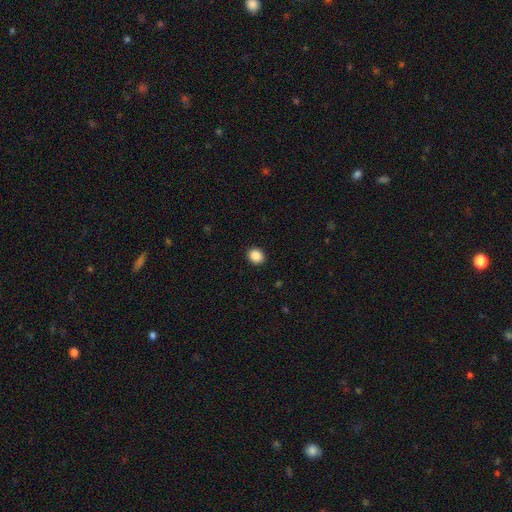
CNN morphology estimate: smooth-or-featured: smooth: 88% | star or artifact: 9% | featured or disk: 3%
  how-rounded: round: 68% | in between: 31% | cigar-shaped: 1%
  merging: none: 92% | minor disturbance: 6% | major disturbance: 2% | merger: 1%